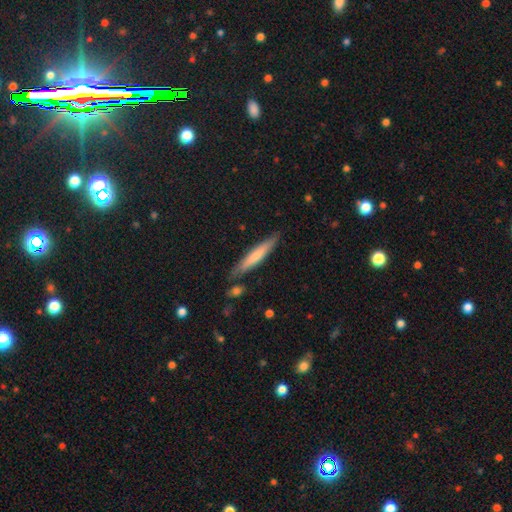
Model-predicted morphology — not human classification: Smooth or featured? smooth (64%)
How rounded? cigar-shaped (93%)
Merging? none (82%)